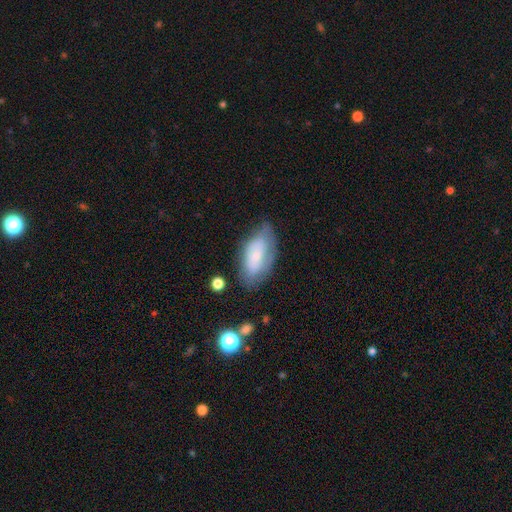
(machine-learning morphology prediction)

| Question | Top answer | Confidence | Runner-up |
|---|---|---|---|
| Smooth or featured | smooth | 59% | featured or disk (34%) |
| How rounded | in between | 91% | cigar-shaped (6%) |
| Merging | none | 60% | minor disturbance (28%) |